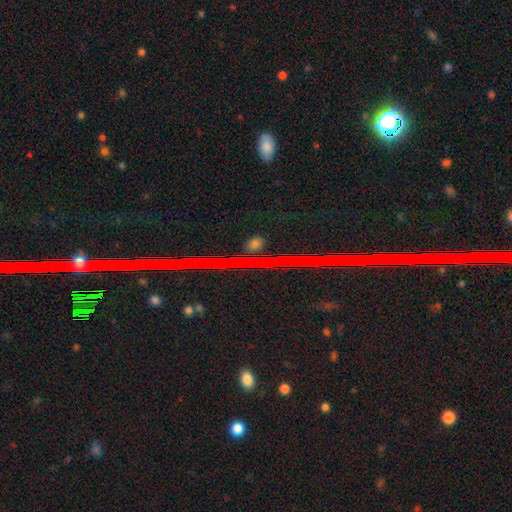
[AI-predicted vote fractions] Smooth or featured?
  - star or artifact: 80% *
  - featured or disk: 11%
  - smooth: 9%